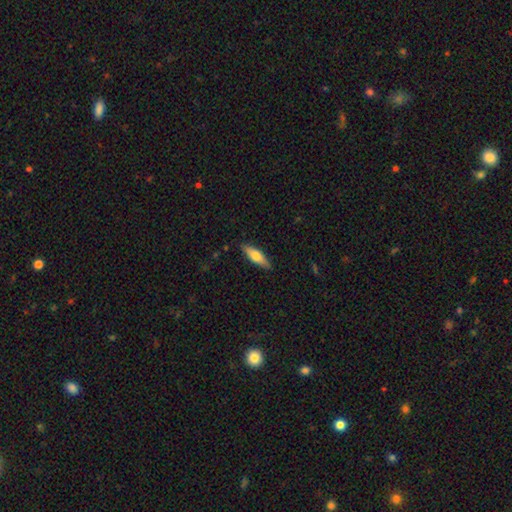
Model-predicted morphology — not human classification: Smooth or featured: smooth — 58% (featured or disk — 36%)
How rounded: cigar-shaped — 56% (in between — 42%)
Merging: none — 88% (minor disturbance — 9%)